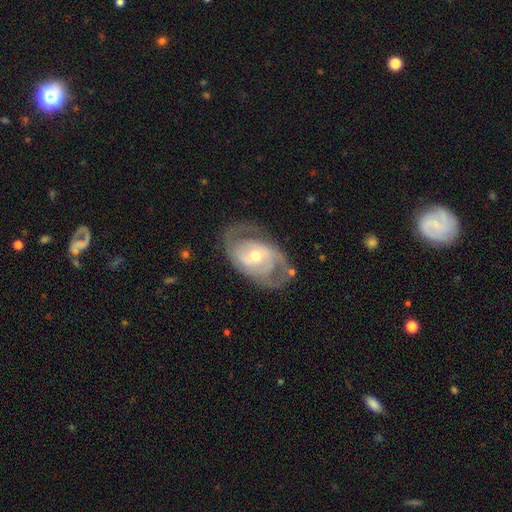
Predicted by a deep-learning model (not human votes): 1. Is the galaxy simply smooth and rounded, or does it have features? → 84% featured or disk, 11% smooth, 5% star or artifact.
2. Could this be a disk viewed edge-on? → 96% no, 4% yes.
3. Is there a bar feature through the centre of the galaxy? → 49% no, 37% weak, 14% strong.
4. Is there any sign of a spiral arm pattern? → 91% yes, 9% no.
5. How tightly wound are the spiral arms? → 45% medium, 41% tight, 14% loose.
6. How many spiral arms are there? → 70% 2, 14% can't tell, 8% 3, 3% 1, 2% 4, 2% more than 4.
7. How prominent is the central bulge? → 54% moderate, 42% small, 3% large, 1% none, 1% dominant.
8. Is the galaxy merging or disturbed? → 69% none, 18% minor disturbance, 11% major disturbance, 2% merger.